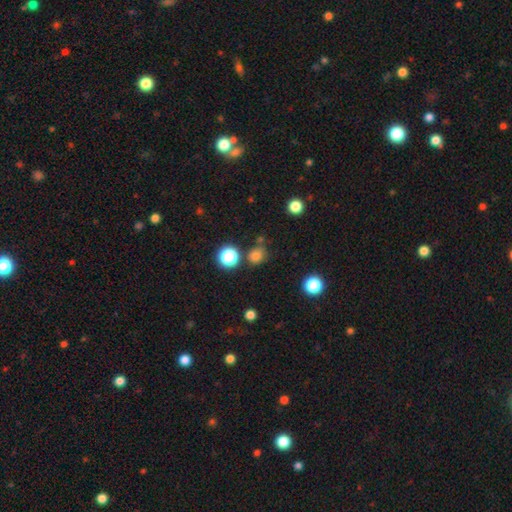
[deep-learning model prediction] The model was most divided on "how rounded": round: 76%, in between: 23%, cigar-shaped: 1%. More confident: smooth or featured — smooth (75%); merging — none (74%).